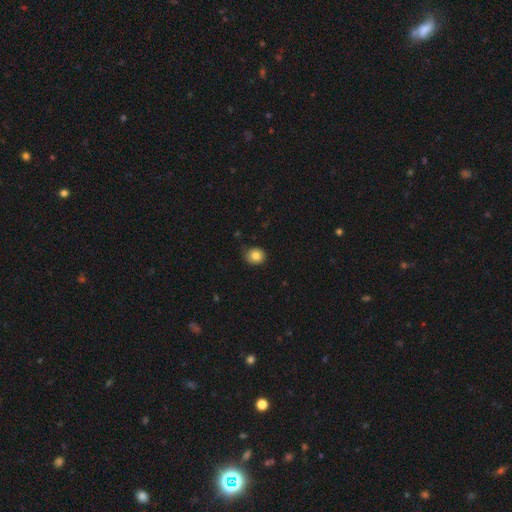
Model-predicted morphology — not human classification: smooth-or-featured: smooth: 81% | star or artifact: 10% | featured or disk: 8%
  how-rounded: round: 78% | in between: 21% | cigar-shaped: 1%
  merging: none: 78% | minor disturbance: 17% | major disturbance: 3% | merger: 1%